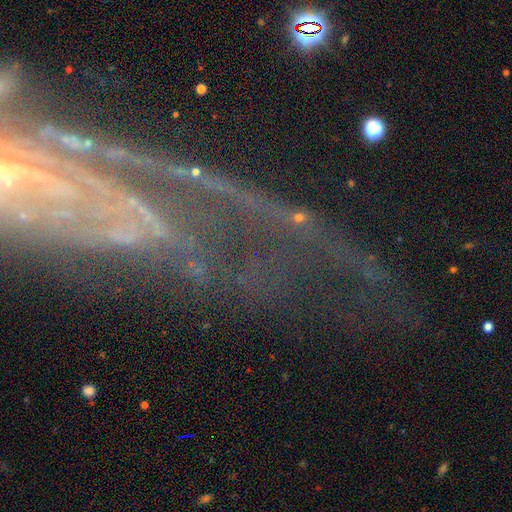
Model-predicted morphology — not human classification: Smooth or featured? featured or disk (58%)
Edge-on disk? no (82%)
Merging? none (59%)